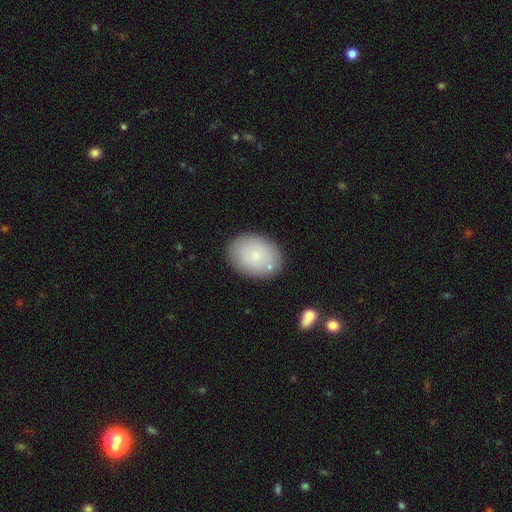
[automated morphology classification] smooth-or-featured: smooth: 77% | featured or disk: 16% | star or artifact: 7%
  how-rounded: in between: 71% | round: 28% | cigar-shaped: 1%
  merging: none: 82% | minor disturbance: 12% | merger: 4% | major disturbance: 3%